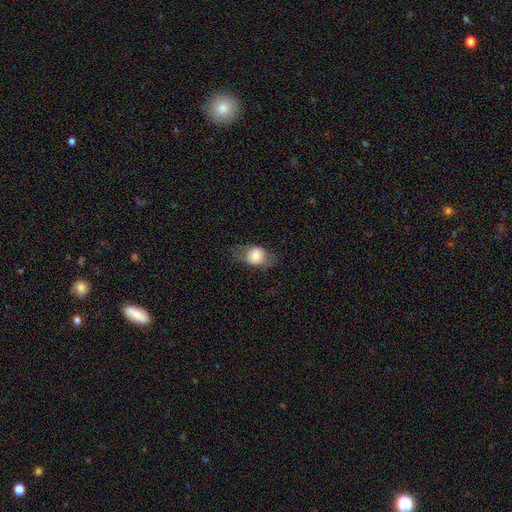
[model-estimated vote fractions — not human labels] The model was most divided on "how rounded": in between: 59%, round: 39%, cigar-shaped: 2%. More confident: merging — none (65%); smooth or featured — smooth (65%).